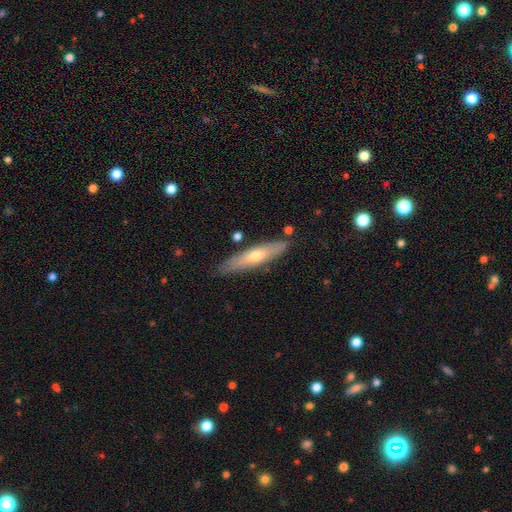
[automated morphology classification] smooth_or_featured: smooth (p=0.53) [alt: featured or disk p=0.41]
how_rounded: cigar-shaped (p=0.78) [alt: in between p=0.20]
merging: none (p=0.83) [alt: minor disturbance p=0.11]